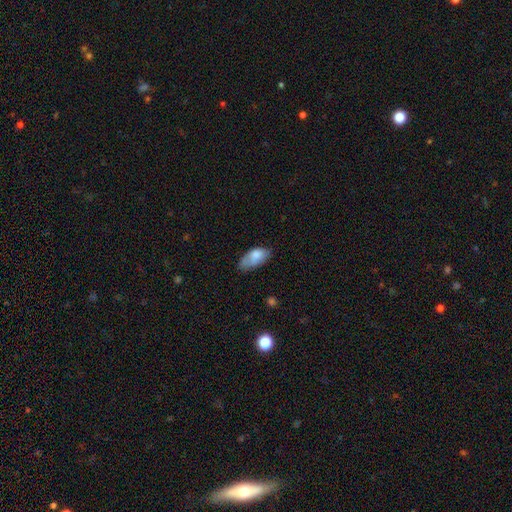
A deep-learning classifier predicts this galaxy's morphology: type=smooth (78%); roundness=in between (92%); merging=none (48%).